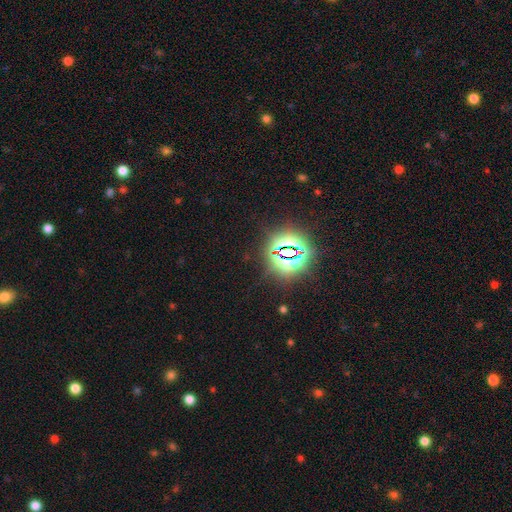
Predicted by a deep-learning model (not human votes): Smooth or featured? Predicted: star or artifact (p=0.79).